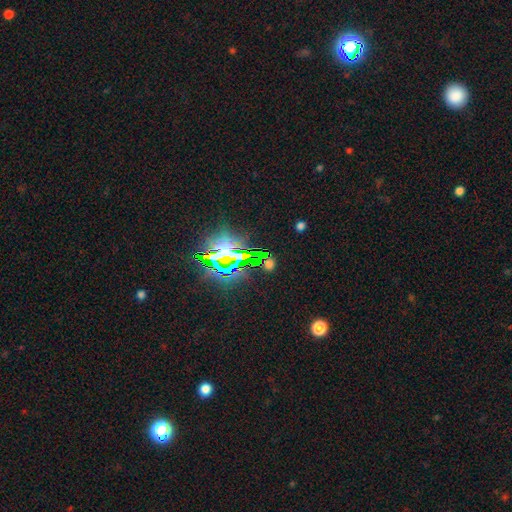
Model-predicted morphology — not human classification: Smooth or featured: star or artifact — 73% (smooth — 19%)